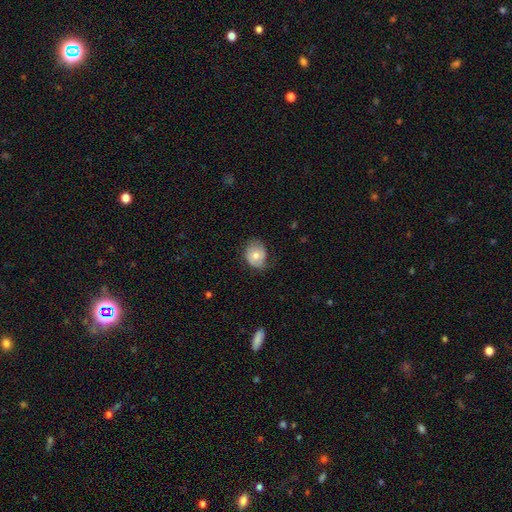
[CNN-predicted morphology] smooth_or_featured: smooth (p=0.66) [alt: featured or disk p=0.27]
how_rounded: round (p=0.55) [alt: in between p=0.44]
merging: none (p=0.60) [alt: minor disturbance p=0.29]